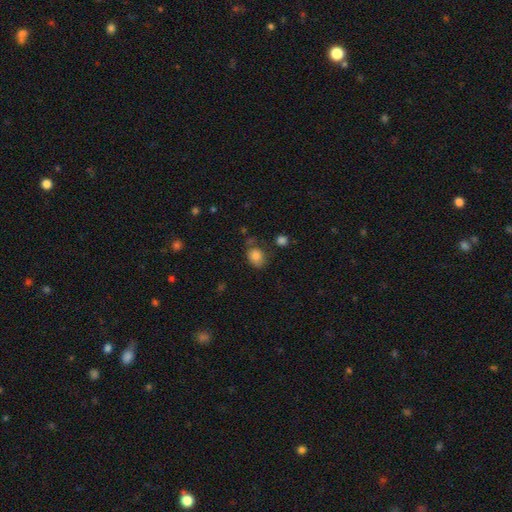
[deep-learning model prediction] The model was most divided on "how rounded": in between: 50%, round: 49%, cigar-shaped: 1%. More confident: smooth or featured — smooth (83%); merging — none (63%).